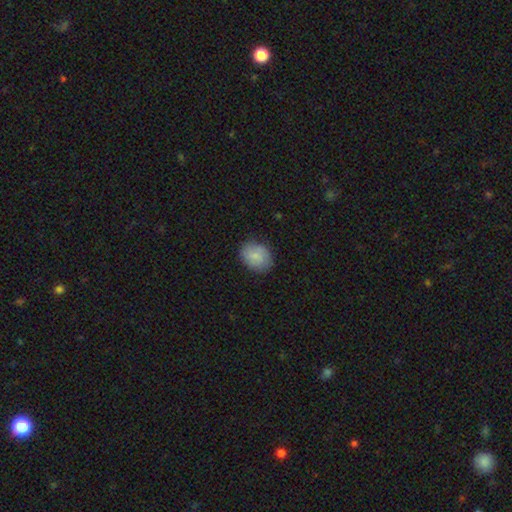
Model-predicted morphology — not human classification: Smooth or featured? smooth (80%)
How rounded? in between (53%)
Merging? none (83%)